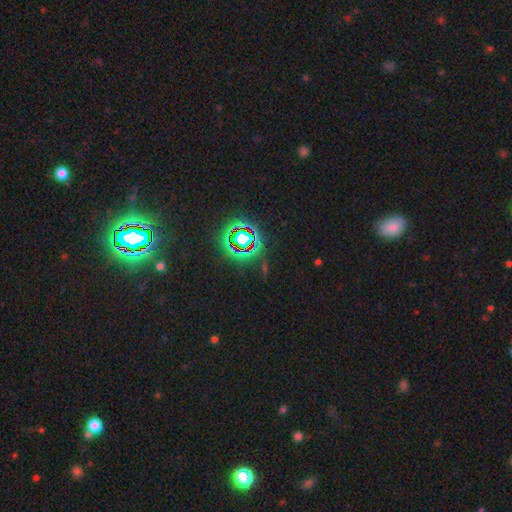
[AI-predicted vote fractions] A star or artifact, not a galaxy (79%).

Vote fractions:
- Smooth or featured? star or artifact: 79% / smooth: 12% / featured or disk: 9%